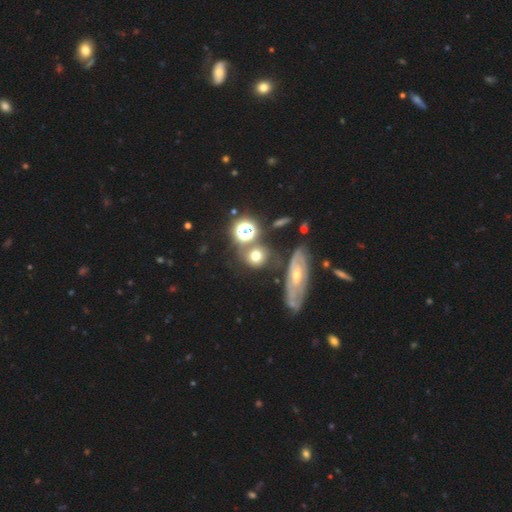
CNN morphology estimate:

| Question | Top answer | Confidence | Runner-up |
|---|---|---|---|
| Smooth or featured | smooth | 59% | star or artifact (21%) |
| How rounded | round | 80% | in between (18%) |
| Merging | none | 63% | merger (18%) |